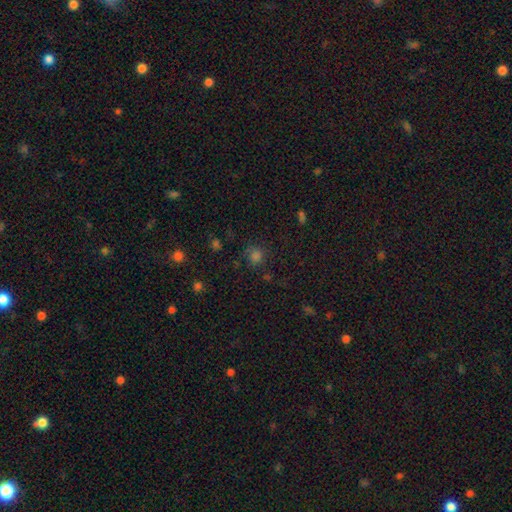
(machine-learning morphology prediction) This is likely a smooth galaxy (68%). How rounded: clearly round (82%). Merging: likely none (73%).